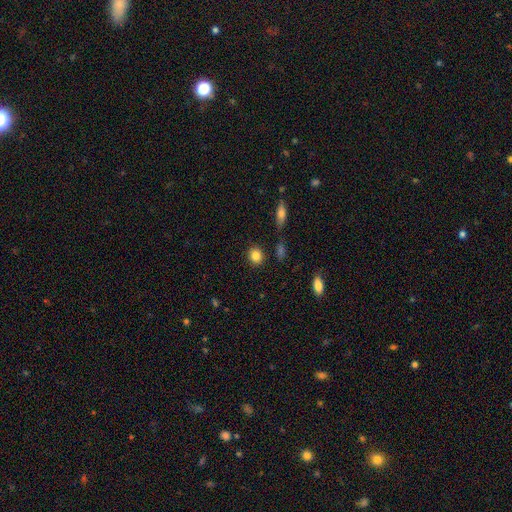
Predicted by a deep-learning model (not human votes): A smooth galaxy with no disk features (86%) that is round (77%). Merging: none (86%).